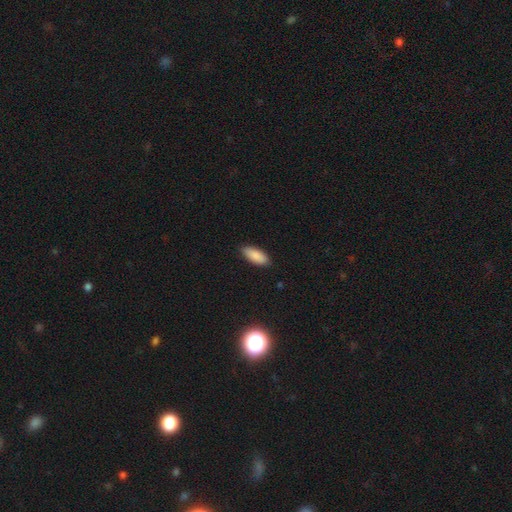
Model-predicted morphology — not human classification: Smooth or featured? smooth (89%)
How rounded? in between (84%)
Merging? none (87%)